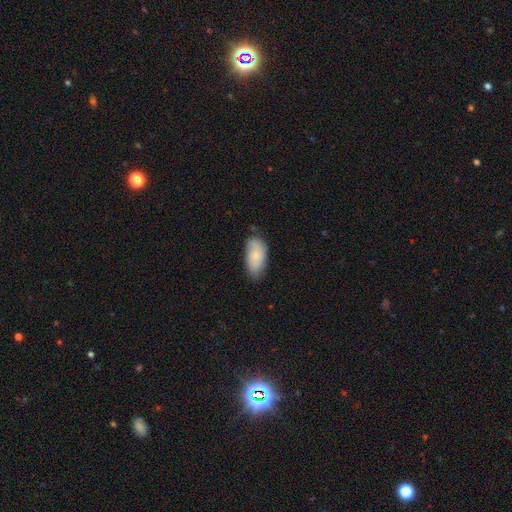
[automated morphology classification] Q: Smooth or featured?
A: smooth (75%); runner-up: featured or disk (18%)
Q: How rounded?
A: in between (93%); runner-up: cigar-shaped (4%)
Q: Merging?
A: none (64%); runner-up: minor disturbance (29%)